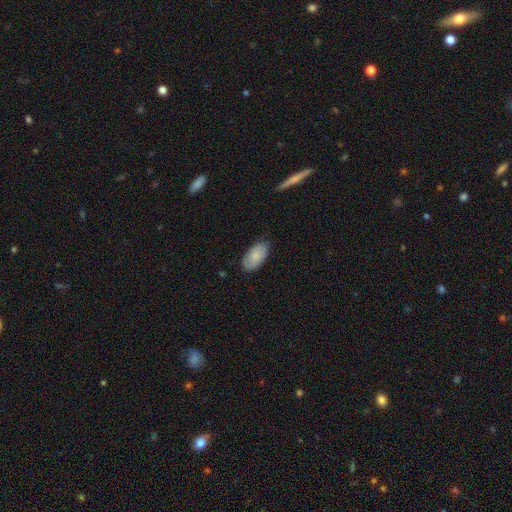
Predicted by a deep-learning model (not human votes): Smooth or featured? Predicted: smooth (p=0.79). How rounded? Predicted: in between (p=0.95). Merging? Predicted: none (p=0.80).